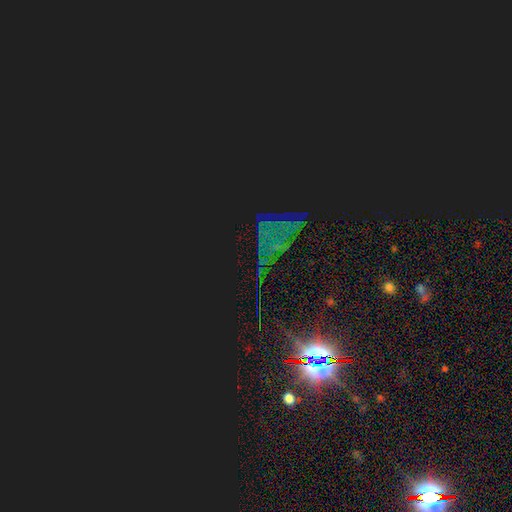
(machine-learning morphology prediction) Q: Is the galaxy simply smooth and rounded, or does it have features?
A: star or artifact — 76%.